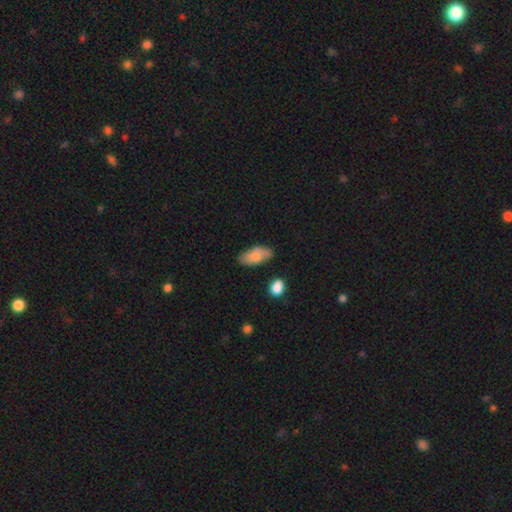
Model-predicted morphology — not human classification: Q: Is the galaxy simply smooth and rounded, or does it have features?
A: smooth — 78%.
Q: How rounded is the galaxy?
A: in between — 91%.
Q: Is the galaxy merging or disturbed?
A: none — 68%.